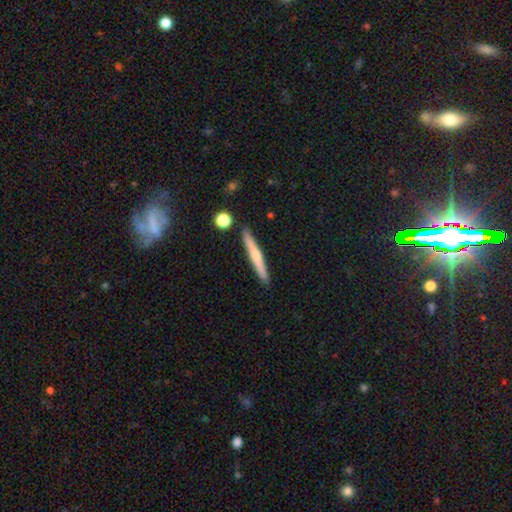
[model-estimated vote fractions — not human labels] smooth-or-featured: smooth: 50% | featured or disk: 43% | star or artifact: 6%
  how-rounded: cigar-shaped: 95% | in between: 3% | round: 2%
  merging: none: 90% | minor disturbance: 7% | merger: 2% | major disturbance: 1%